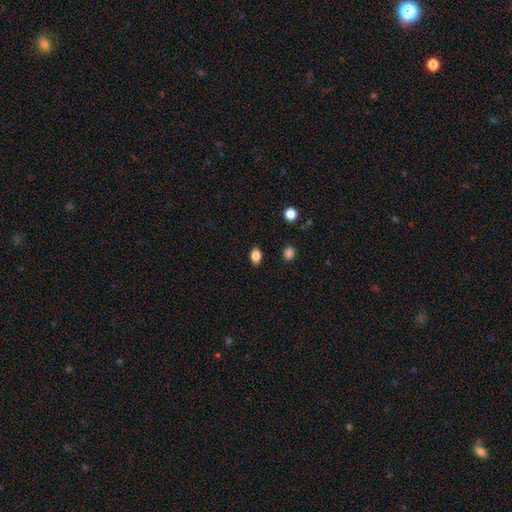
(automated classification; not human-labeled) A smooth galaxy with no disk features (86%) that is in between round and cigar-shaped (78%). Merging: none (87%).